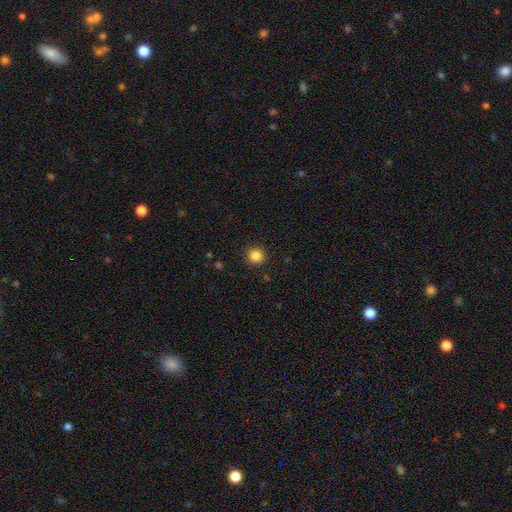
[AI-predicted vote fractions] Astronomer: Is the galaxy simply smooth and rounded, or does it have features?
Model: smooth — 85%.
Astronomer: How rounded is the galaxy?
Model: round — 93%.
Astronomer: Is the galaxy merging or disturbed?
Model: none — 92%.